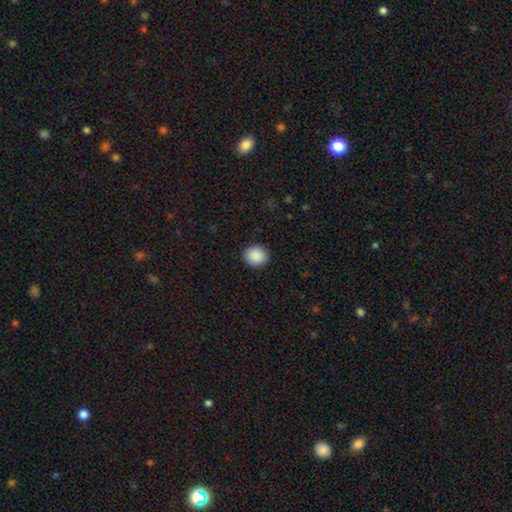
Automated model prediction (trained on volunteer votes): A smooth galaxy with no disk features (90%) that is round (80%).

Vote fractions:
- Smooth or featured? smooth: 90% / star or artifact: 8% / featured or disk: 2%
- How rounded? round: 80% / in between: 20% / cigar-shaped: 1%
- Merging? none: 92% / minor disturbance: 6% / major disturbance: 2% / merger: 1%